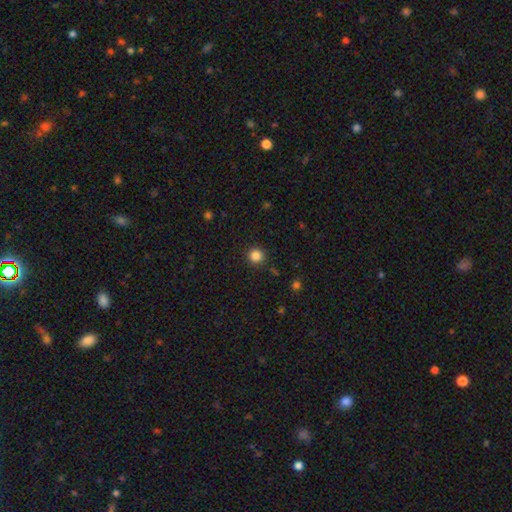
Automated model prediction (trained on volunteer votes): smooth 84%, star or artifact 12%, featured or disk 4%. Down the decision tree: how rounded — round (95%); merging — none (92%).